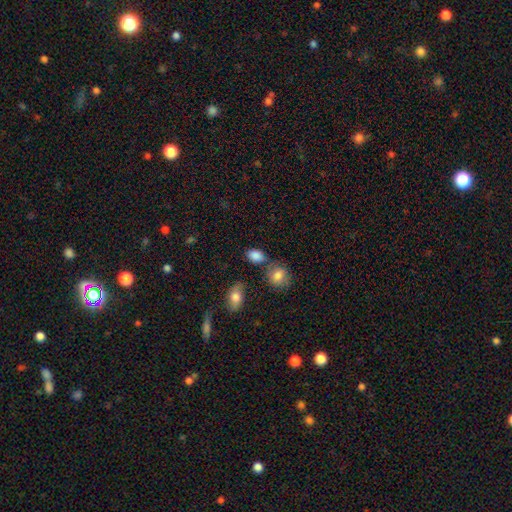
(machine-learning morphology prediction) A smooth galaxy with no disk features (86%) that is in between round and cigar-shaped (78%).

Vote fractions:
- Smooth or featured? smooth: 86% / star or artifact: 9% / featured or disk: 6%
- How rounded? in between: 78% / round: 20% / cigar-shaped: 2%
- Merging? none: 65% / minor disturbance: 17% / merger: 14% / major disturbance: 5%